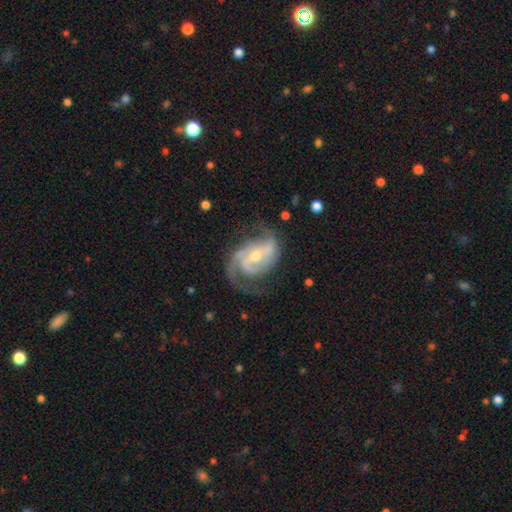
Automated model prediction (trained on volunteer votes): Overall: featured or disk (89%). Edge-on disk: no (97%). Bar: weak (43%; no 29%). Spiral arms: yes (97%). Spiral arm count: 2 (65%). Spiral winding: medium (49%; tight 26%). Bulge size: moderate (51%; small 44%). Merging: none (61%).